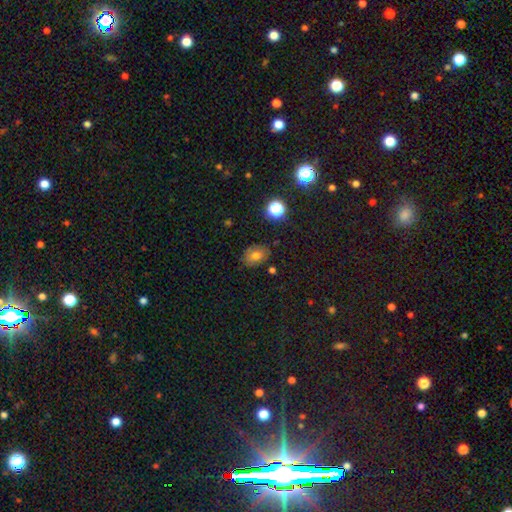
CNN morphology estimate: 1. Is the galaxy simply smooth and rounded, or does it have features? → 72% smooth, 14% star or artifact, 14% featured or disk.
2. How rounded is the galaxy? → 69% in between, 30% round, 1% cigar-shaped.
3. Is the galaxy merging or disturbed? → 79% none, 15% minor disturbance, 3% major disturbance, 3% merger.